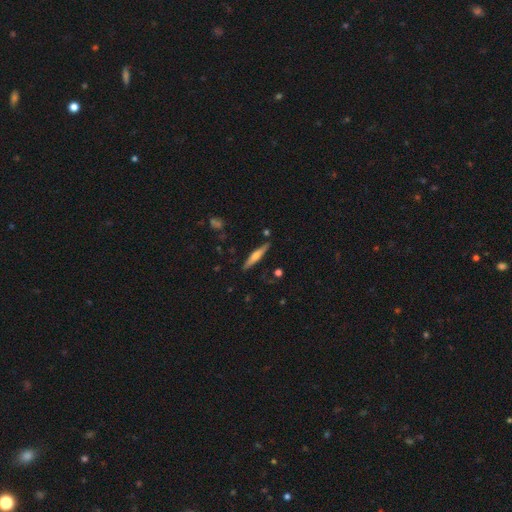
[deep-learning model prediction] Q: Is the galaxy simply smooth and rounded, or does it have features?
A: featured or disk — 53%.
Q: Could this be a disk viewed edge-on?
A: yes — 96%.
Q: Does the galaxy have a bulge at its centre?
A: rounded — 83%.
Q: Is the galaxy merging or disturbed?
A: none — 87%.